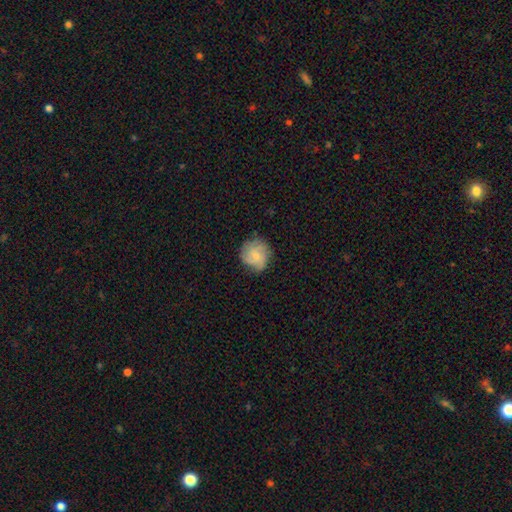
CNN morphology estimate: The model was most divided on "smooth or featured": smooth: 49%, featured or disk: 44%, star or artifact: 8%. More confident: merging — none (70%).